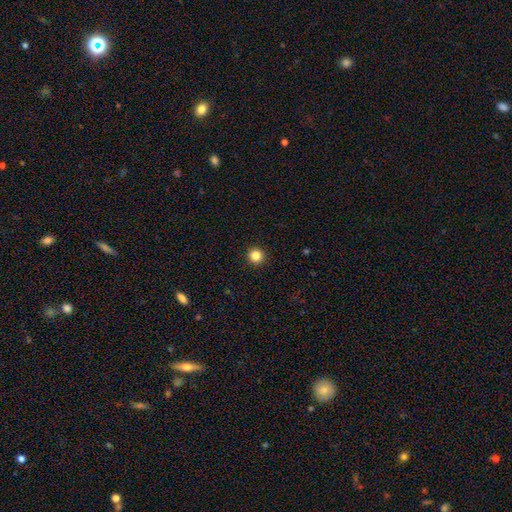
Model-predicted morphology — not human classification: Overall: smooth (84%). How rounded: round (95%). Merging: none (93%).